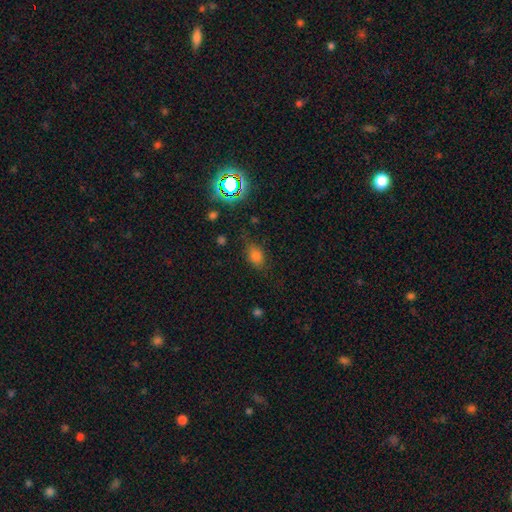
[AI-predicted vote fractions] Smooth or featured?
  - smooth: 68% *
  - star or artifact: 23%
  - featured or disk: 8%
How rounded?
  - in between: 72% *
  - round: 25%
  - cigar-shaped: 3%
Merging?
  - none: 70% *
  - minor disturbance: 21%
  - major disturbance: 7%
  - merger: 2%